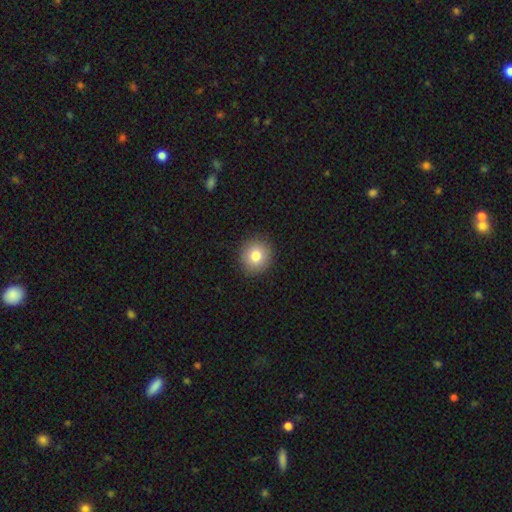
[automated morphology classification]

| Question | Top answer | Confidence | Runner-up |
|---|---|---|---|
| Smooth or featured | smooth | 80% | star or artifact (10%) |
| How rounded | round | 91% | in between (8%) |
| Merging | none | 91% | minor disturbance (6%) |